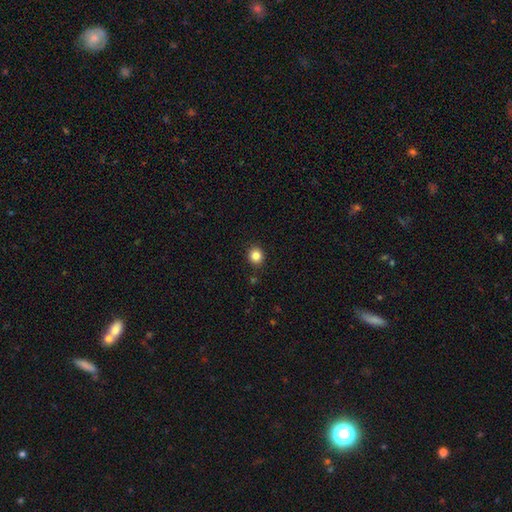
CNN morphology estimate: Smooth or featured? Predicted: smooth (p=0.85). How rounded? Predicted: round (p=0.84). Merging? Predicted: none (p=0.90).